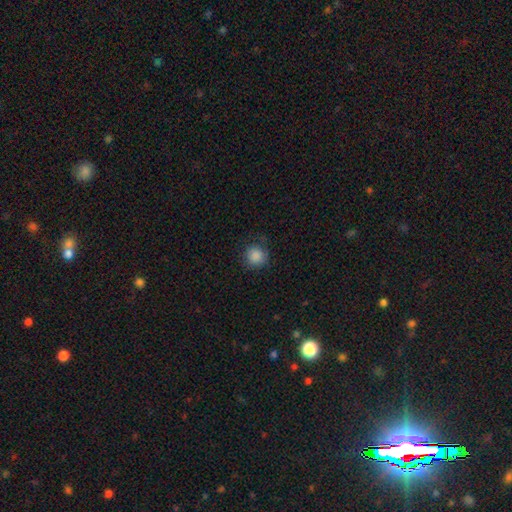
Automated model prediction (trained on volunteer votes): smooth_or_featured: smooth (p=0.87) [alt: star or artifact p=0.09]
how_rounded: round (p=0.92) [alt: in between p=0.07]
merging: none (p=0.80) [alt: minor disturbance p=0.14]